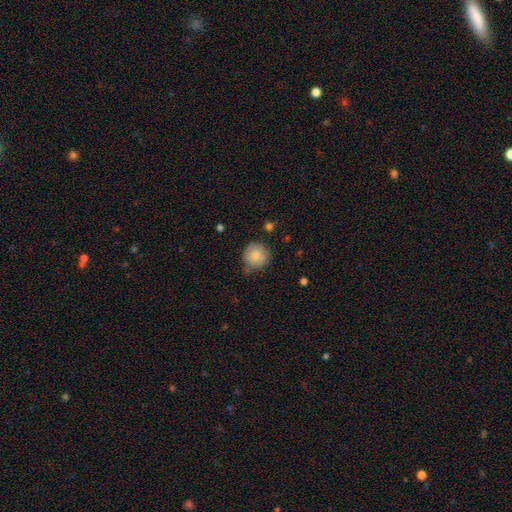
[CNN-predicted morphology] A smooth galaxy with no disk features (83%) that is round (93%). Merging: none (73%).